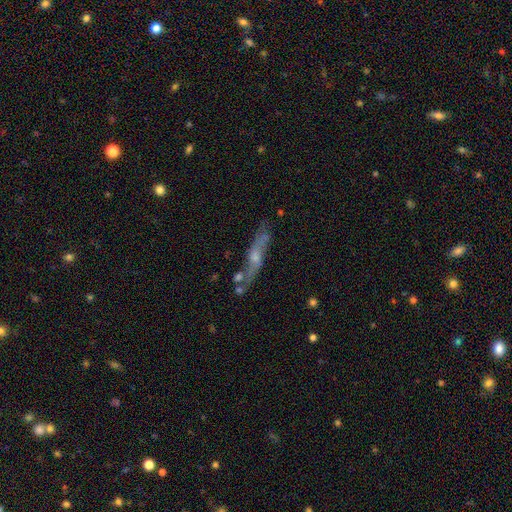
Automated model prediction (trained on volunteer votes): A featured or disk galaxy (66%) viewed edge-on (67%). Merging: none (69%).